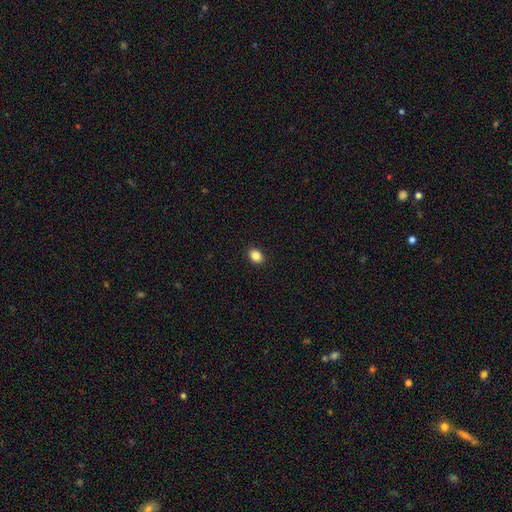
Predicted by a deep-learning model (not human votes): smooth_or_featured: smooth (p=0.86) [alt: star or artifact p=0.10]
how_rounded: in between (p=0.62) [alt: round p=0.37]
merging: none (p=0.91) [alt: minor disturbance p=0.06]